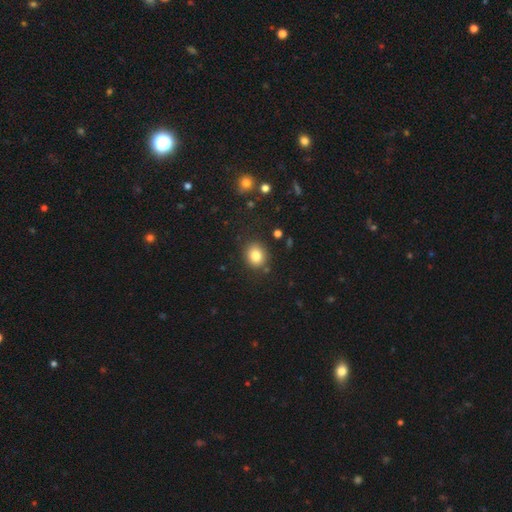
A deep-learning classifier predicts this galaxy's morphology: smooth_or_featured: smooth (p=0.81) [alt: star or artifact p=0.11]
how_rounded: round (p=0.70) [alt: in between p=0.29]
merging: none (p=0.85) [alt: minor disturbance p=0.09]